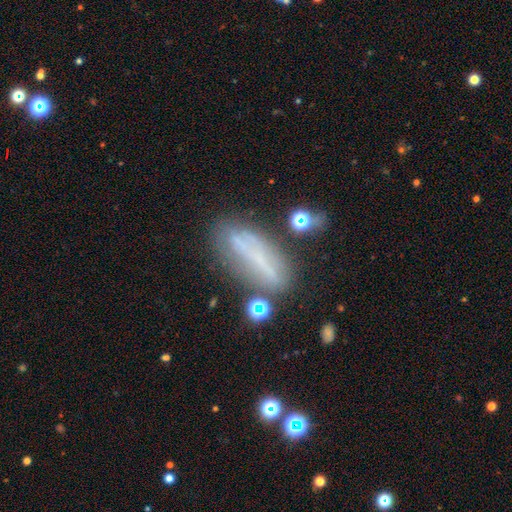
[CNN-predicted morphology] Smooth or featured? Predicted: featured or disk (p=0.45). Merging? Predicted: none (p=0.55).